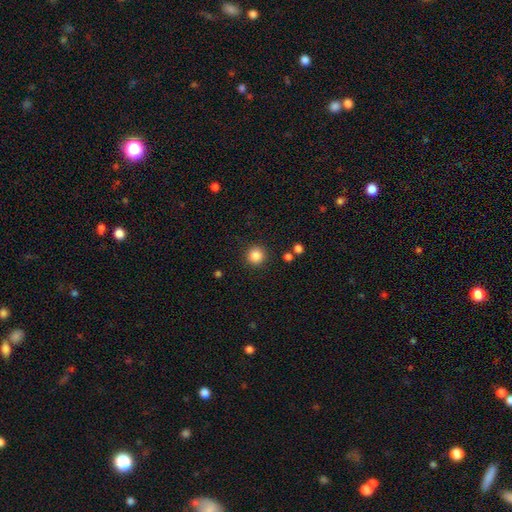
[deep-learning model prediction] Smooth or featured? Predicted: smooth (p=0.85). How rounded? Predicted: round (p=0.95). Merging? Predicted: none (p=0.91).